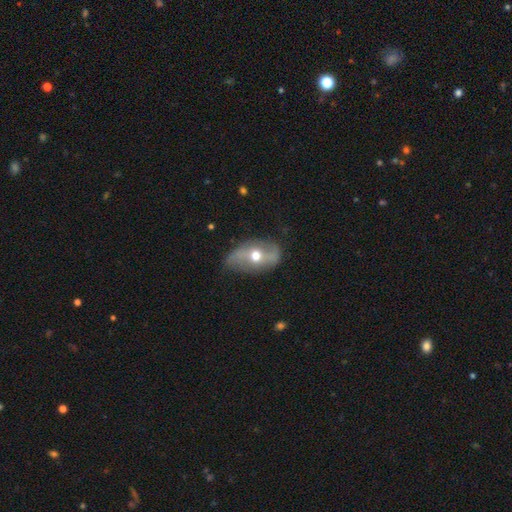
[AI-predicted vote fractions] Smooth or featured: featured or disk — 62% (smooth — 31%)
Edge-on disk: no — 86% (yes — 14%)
Bar: no — 47% (weak — 30%)
Spiral arms: yes — 55% (no — 45%)
Bulge size: moderate — 78% (small — 11%)
Merging: none — 68% (minor disturbance — 22%)